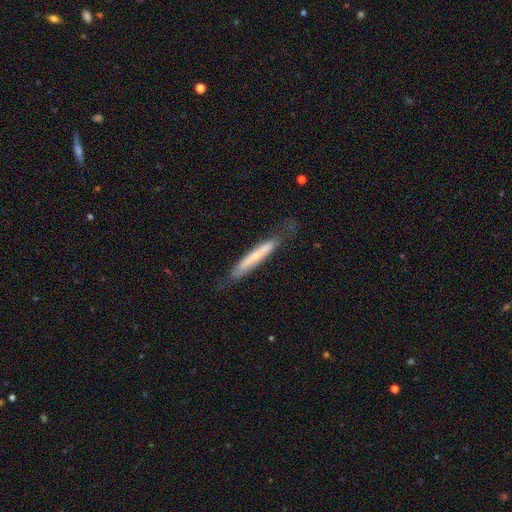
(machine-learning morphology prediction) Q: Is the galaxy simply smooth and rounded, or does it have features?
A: featured or disk — 47%, tied with smooth.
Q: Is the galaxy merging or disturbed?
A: none — 65%.